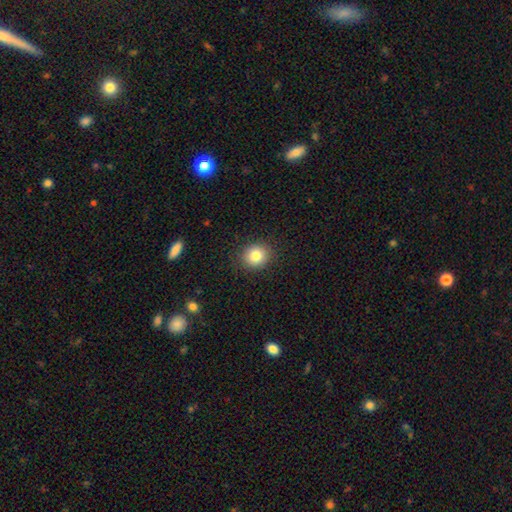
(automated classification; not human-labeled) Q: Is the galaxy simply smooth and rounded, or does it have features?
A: smooth — 82%.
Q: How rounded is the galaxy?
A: round — 81%.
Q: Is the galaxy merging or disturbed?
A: none — 90%.